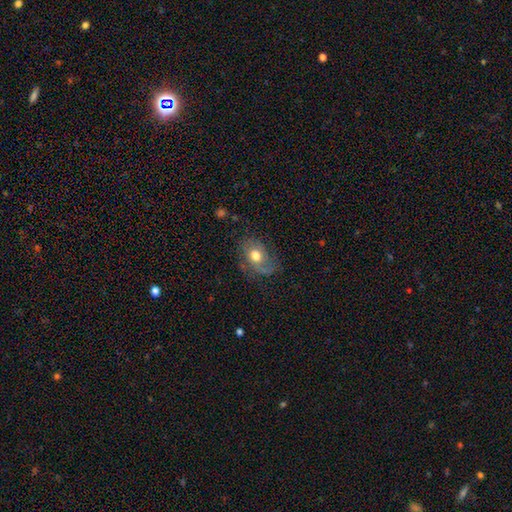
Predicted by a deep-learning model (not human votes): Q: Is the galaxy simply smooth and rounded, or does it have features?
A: smooth — 51%.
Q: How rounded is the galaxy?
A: in between — 70%.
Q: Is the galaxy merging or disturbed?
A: none — 59%.